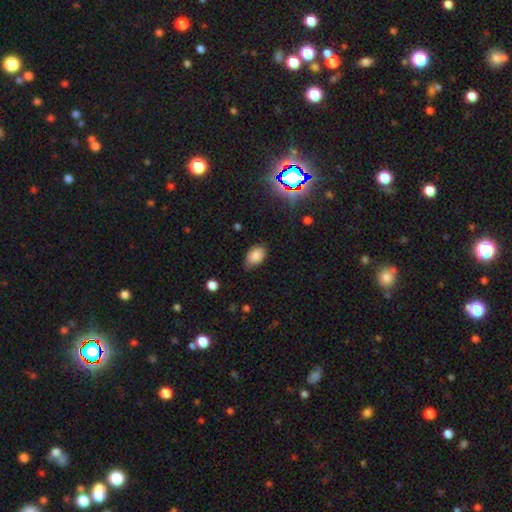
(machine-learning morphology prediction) Q: Smooth or featured?
A: smooth (83%); runner-up: star or artifact (10%)
Q: How rounded?
A: in between (86%); runner-up: round (13%)
Q: Merging?
A: none (68%); runner-up: minor disturbance (27%)